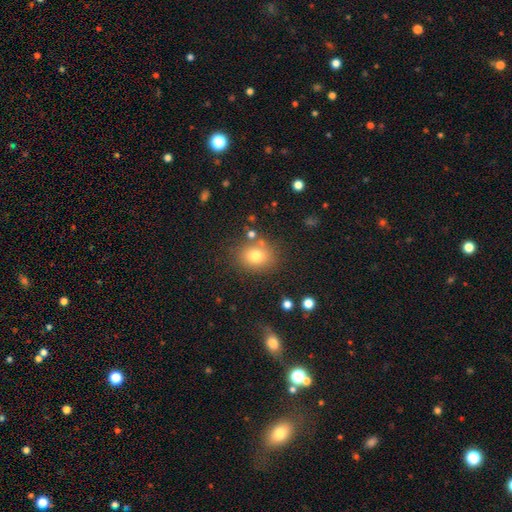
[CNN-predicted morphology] A smooth galaxy with no disk features (76%) that is round (65%).

Vote fractions:
- Smooth or featured? smooth: 76% / star or artifact: 13% / featured or disk: 11%
- How rounded? round: 65% / in between: 34% / cigar-shaped: 1%
- Merging? none: 78% / minor disturbance: 11% / merger: 6% / major disturbance: 4%